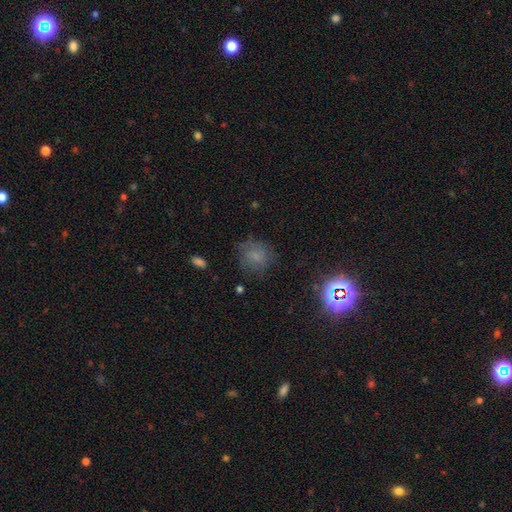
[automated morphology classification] Smooth or featured?
  - smooth: 64% *
  - star or artifact: 18%
  - featured or disk: 18%
How rounded?
  - round: 79% *
  - in between: 20%
  - cigar-shaped: 1%
Merging?
  - none: 69% *
  - minor disturbance: 20%
  - major disturbance: 9%
  - merger: 2%